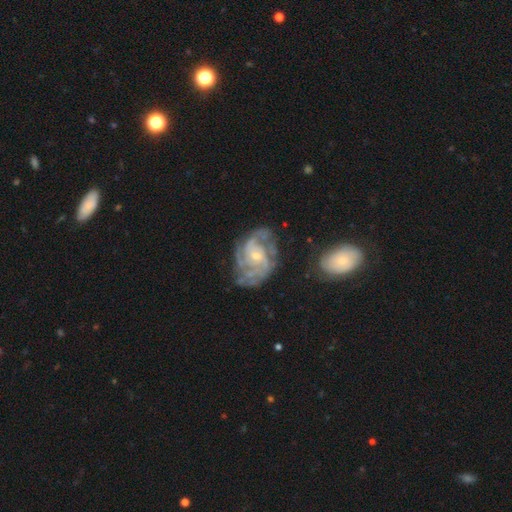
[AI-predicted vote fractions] Smooth or featured: featured or disk — 87% (smooth — 7%)
Edge-on disk: no — 97% (yes — 3%)
Bar: no — 63% (weak — 31%)
Spiral arms: yes — 95% (no — 5%)
Spiral winding: tight — 53% (medium — 38%)
Spiral arm count: can't tell — 28% (3 — 24%)
Bulge size: small — 69% (moderate — 27%)
Merging: none — 63% (minor disturbance — 20%)